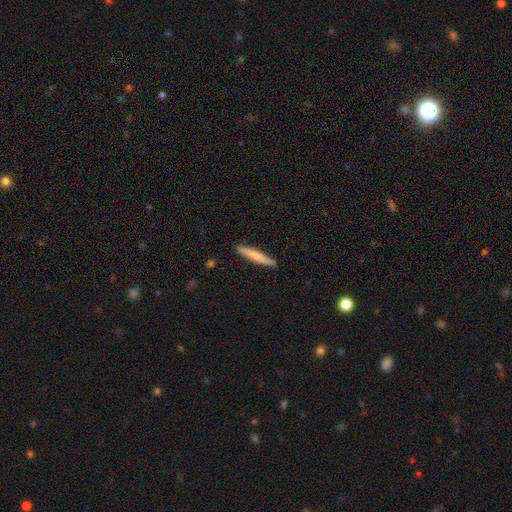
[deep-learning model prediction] smooth 71%, featured or disk 24%, star or artifact 5%. Down the decision tree: how rounded — cigar-shaped (95%); merging — none (91%).